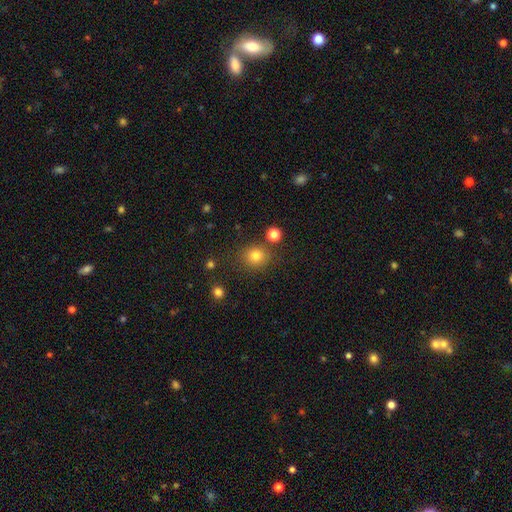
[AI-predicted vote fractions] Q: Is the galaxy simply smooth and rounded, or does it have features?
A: smooth — 81%.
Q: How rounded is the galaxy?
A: round — 84%.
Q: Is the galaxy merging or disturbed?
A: none — 82%.